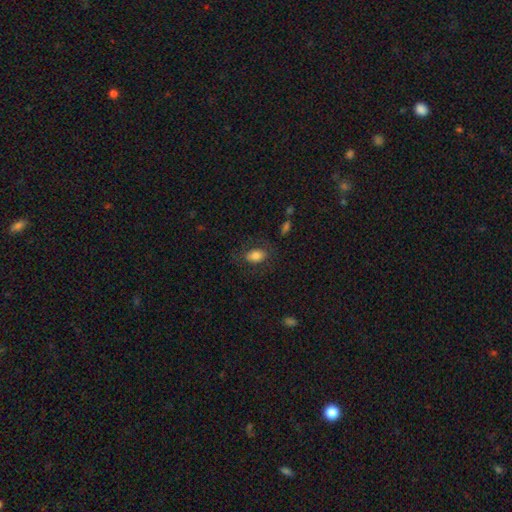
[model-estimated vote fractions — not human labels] Morphology: type=smooth (79%); roundness=in between (85%); merging=none (76%).